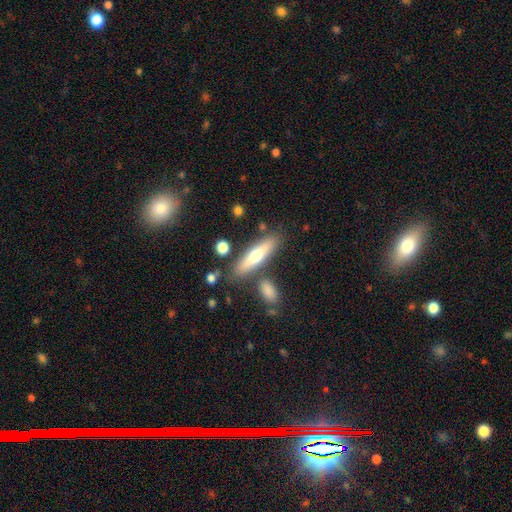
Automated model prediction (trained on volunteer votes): Smooth or featured?
  - smooth: 54% *
  - featured or disk: 39%
  - star or artifact: 6%
How rounded?
  - cigar-shaped: 71% *
  - in between: 27%
  - round: 2%
Merging?
  - none: 78% *
  - minor disturbance: 11%
  - merger: 7%
  - major disturbance: 3%